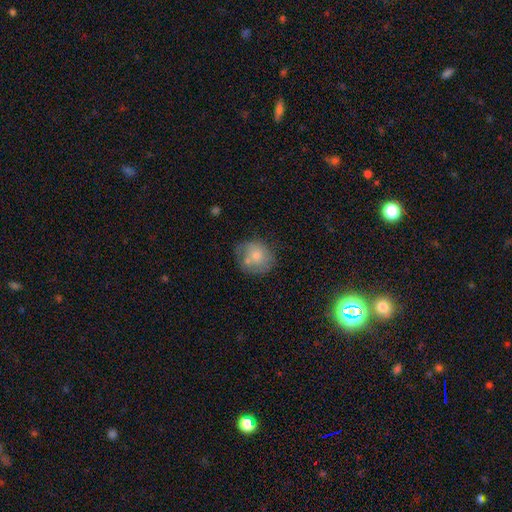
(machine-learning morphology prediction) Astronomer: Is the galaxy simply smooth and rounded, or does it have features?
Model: smooth — 66%.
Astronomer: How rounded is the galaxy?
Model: round — 75%.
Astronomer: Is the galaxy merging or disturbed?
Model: none — 50%.